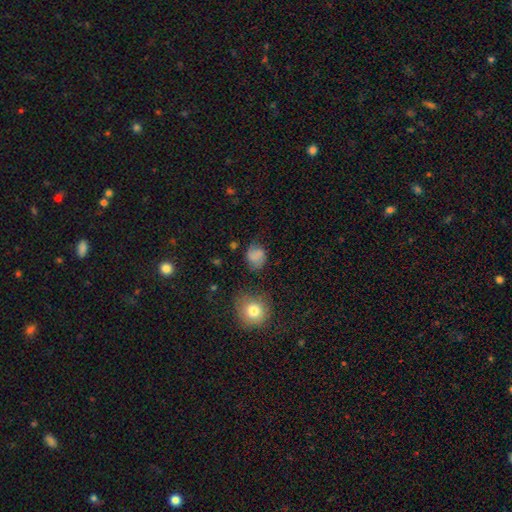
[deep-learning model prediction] A smooth galaxy with no disk features (70%) that is round (65%).

Vote fractions:
- Smooth or featured? smooth: 70% / featured or disk: 18% / star or artifact: 12%
- How rounded? round: 65% / in between: 34% / cigar-shaped: 1%
- Merging? none: 64% / minor disturbance: 22% / major disturbance: 10% / merger: 4%